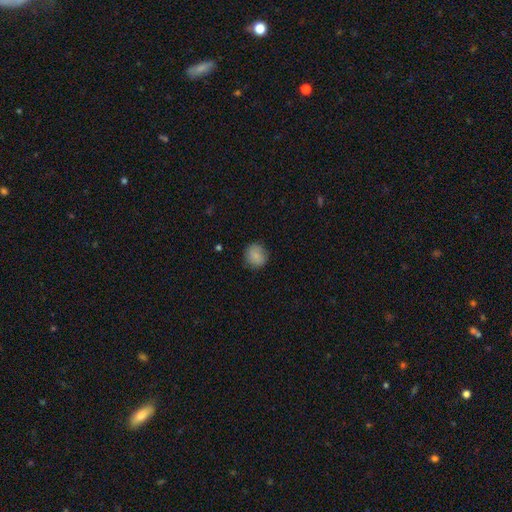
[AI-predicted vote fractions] Smooth or featured: smooth — 84% (star or artifact — 8%)
How rounded: round — 85% (in between — 14%)
Merging: none — 83% (minor disturbance — 13%)